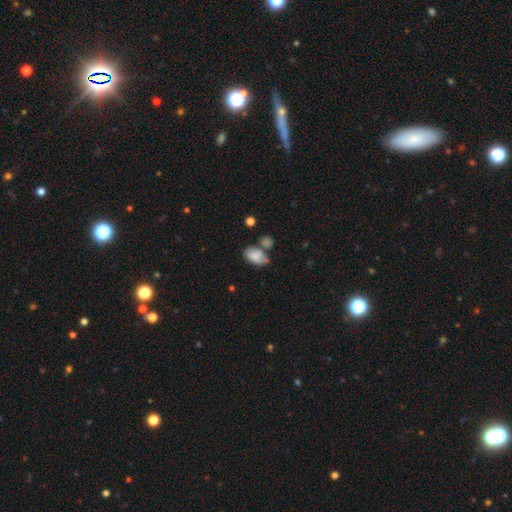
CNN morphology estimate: smooth 77%, featured or disk 15%, star or artifact 8%. Down the decision tree: how rounded — in between (88%); merging — none (37%).